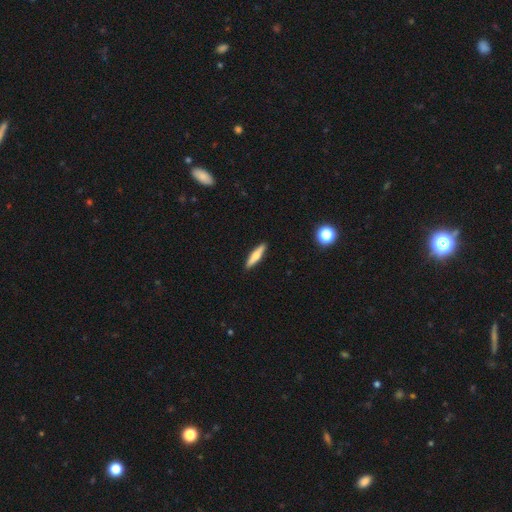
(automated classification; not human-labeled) The model was most divided on "smooth or featured": smooth: 52%, featured or disk: 41%, star or artifact: 6%. More confident: merging — none (91%); how rounded — cigar-shaped (81%).